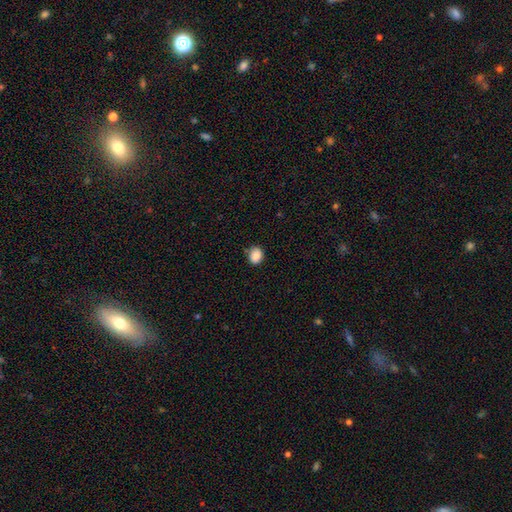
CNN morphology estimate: A smooth galaxy with no disk features (88%) that is in between round and cigar-shaped (50%). Merging: none (79%).